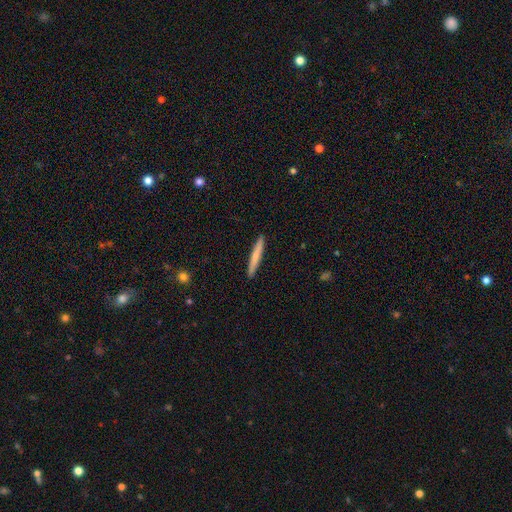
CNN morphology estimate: Smooth or featured: smooth — 72% (featured or disk — 23%)
How rounded: cigar-shaped — 96% (in between — 3%)
Merging: none — 92% (minor disturbance — 5%)